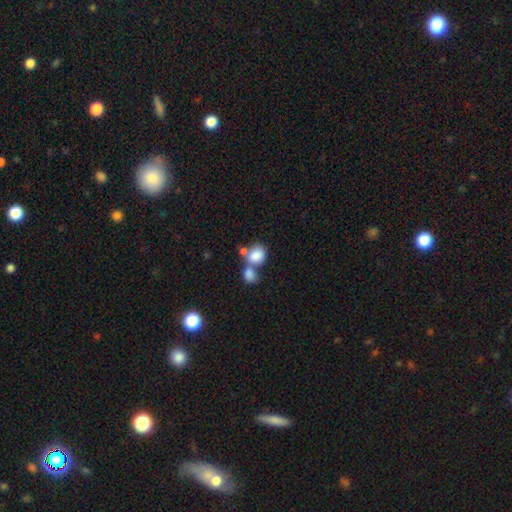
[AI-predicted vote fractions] smooth-or-featured: smooth: 82% | featured or disk: 10% | star or artifact: 8%
  how-rounded: in between: 51% | round: 48% | cigar-shaped: 1%
  merging: merger: 59% | none: 27% | minor disturbance: 9% | major disturbance: 5%